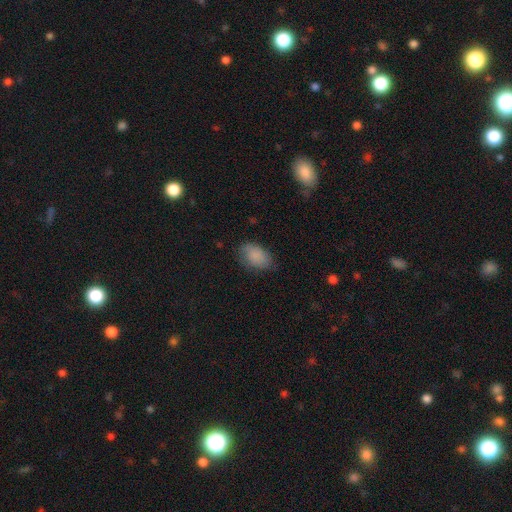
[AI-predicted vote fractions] Q: Smooth or featured?
A: smooth (84%); runner-up: featured or disk (8%)
Q: How rounded?
A: in between (88%); runner-up: round (11%)
Q: Merging?
A: none (68%); runner-up: minor disturbance (25%)